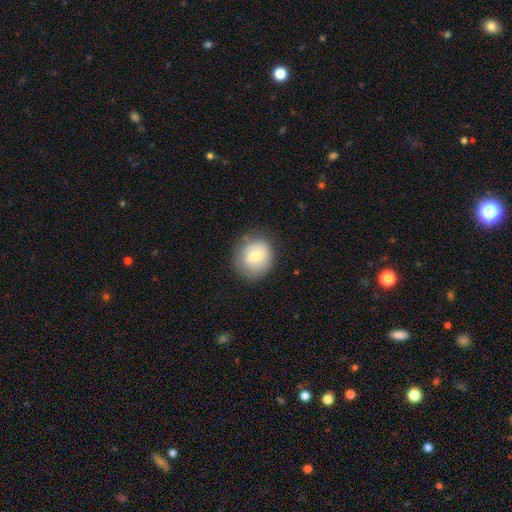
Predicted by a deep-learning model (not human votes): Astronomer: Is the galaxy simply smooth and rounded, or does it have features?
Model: smooth — 70%.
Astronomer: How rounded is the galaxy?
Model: round — 73%.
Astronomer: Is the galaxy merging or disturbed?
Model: none — 75%.